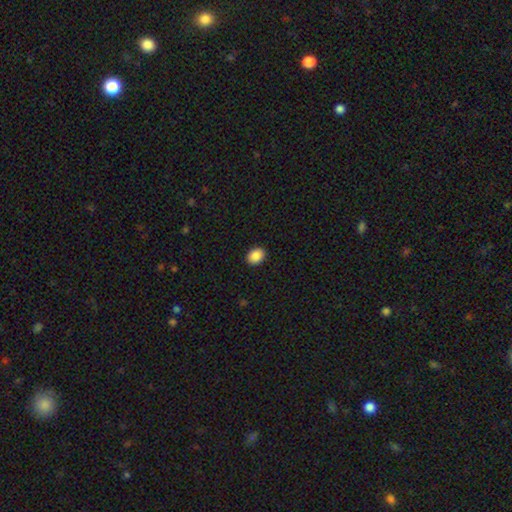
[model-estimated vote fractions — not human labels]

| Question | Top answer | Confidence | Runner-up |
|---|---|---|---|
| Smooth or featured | smooth | 88% | star or artifact (8%) |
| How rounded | in between | 60% | round (39%) |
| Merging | none | 91% | minor disturbance (6%) |